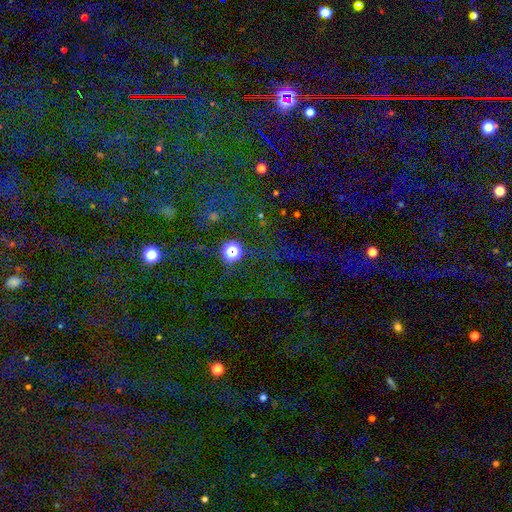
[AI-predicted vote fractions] Smooth or featured: star or artifact — 77% (smooth — 14%)